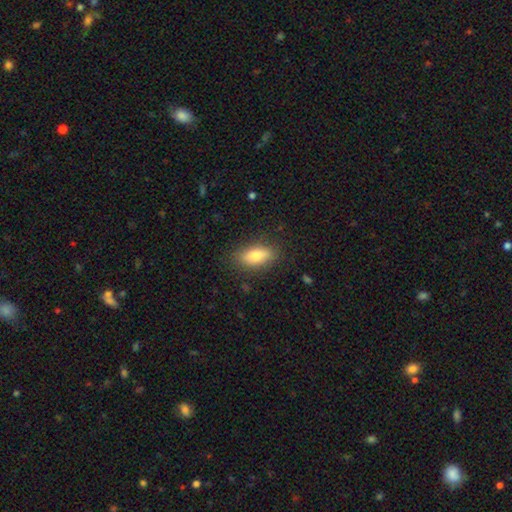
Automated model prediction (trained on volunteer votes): A smooth galaxy with no disk features (74%) that is in between round and cigar-shaped (79%).

Vote fractions:
- Smooth or featured? smooth: 74% / featured or disk: 18% / star or artifact: 7%
- How rounded? in between: 79% / cigar-shaped: 17% / round: 4%
- Merging? none: 84% / minor disturbance: 12% / major disturbance: 3% / merger: 1%